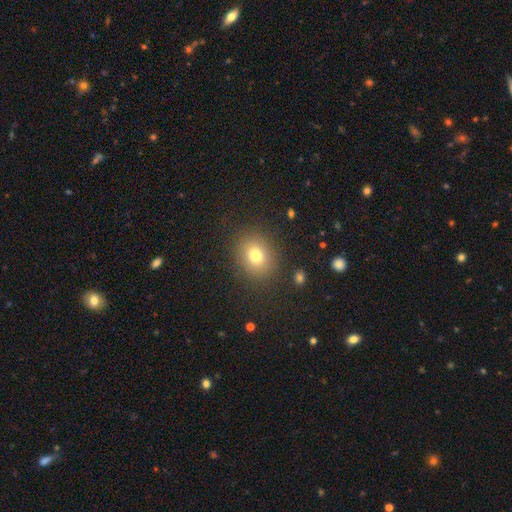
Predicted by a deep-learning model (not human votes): The model was most divided on "how rounded": round: 60%, in between: 39%, cigar-shaped: 1%. More confident: merging — none (86%); smooth or featured — smooth (76%).